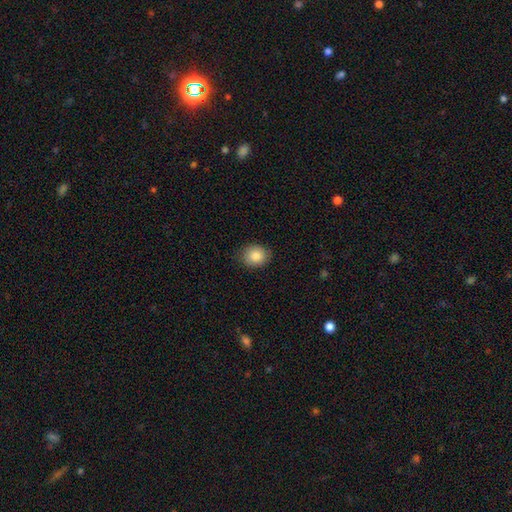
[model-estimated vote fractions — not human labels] Smooth or featured?
  - smooth: 86% *
  - star or artifact: 8%
  - featured or disk: 6%
How rounded?
  - round: 67% *
  - in between: 32%
  - cigar-shaped: 1%
Merging?
  - none: 85% *
  - minor disturbance: 12%
  - major disturbance: 3%
  - merger: 1%